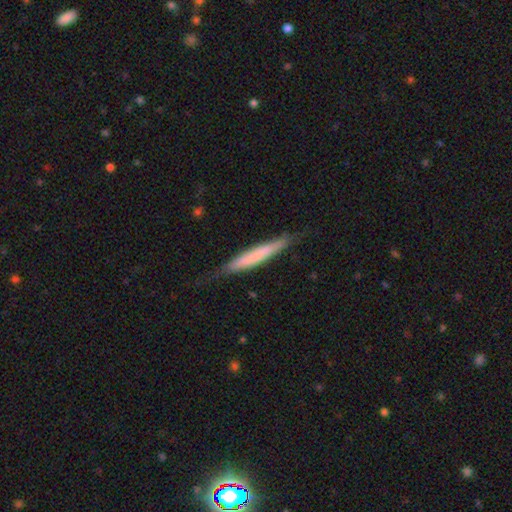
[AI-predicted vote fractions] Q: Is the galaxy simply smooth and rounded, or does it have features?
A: smooth — 59%.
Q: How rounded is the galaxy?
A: cigar-shaped — 95%.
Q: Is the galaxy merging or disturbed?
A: none — 74%.